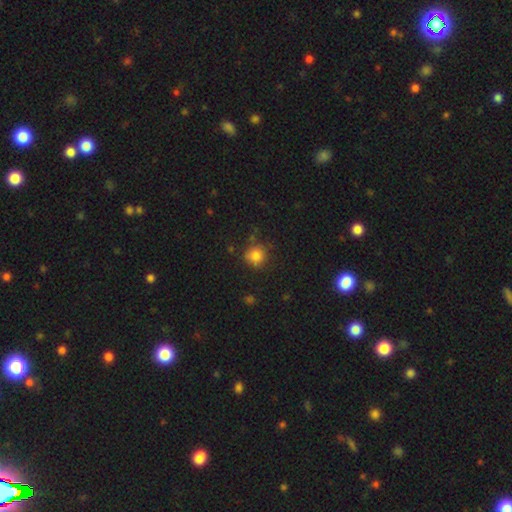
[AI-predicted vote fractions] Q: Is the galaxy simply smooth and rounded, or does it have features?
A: smooth — 82%.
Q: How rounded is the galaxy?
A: round — 89%.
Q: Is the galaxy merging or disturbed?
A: none — 77%.